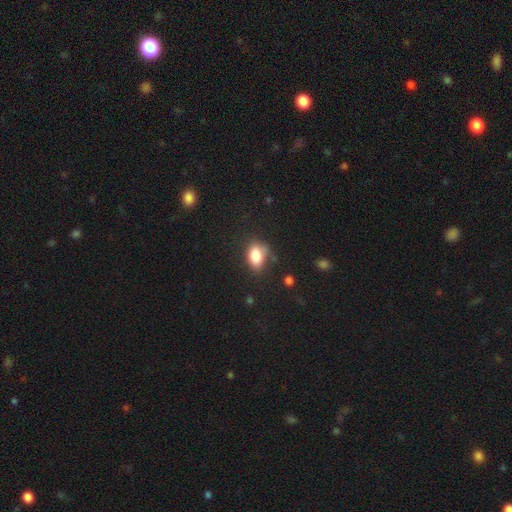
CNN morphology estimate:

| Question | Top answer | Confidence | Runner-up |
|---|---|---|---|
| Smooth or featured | smooth | 84% | star or artifact (9%) |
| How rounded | in between | 82% | round (16%) |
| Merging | none | 68% | minor disturbance (23%) |